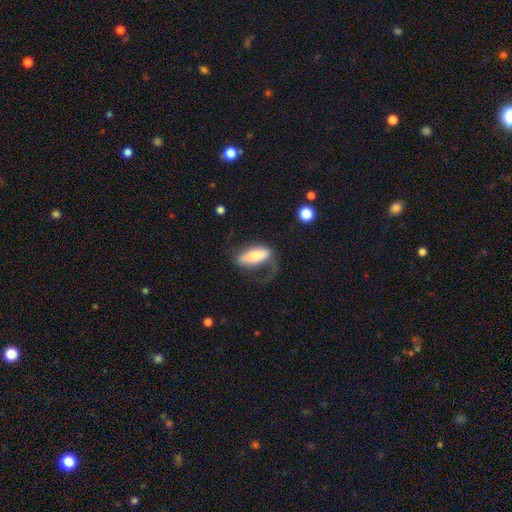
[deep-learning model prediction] Overall: smooth (68%). How rounded: in between (72%). Merging: major disturbance (41%; none 32%).